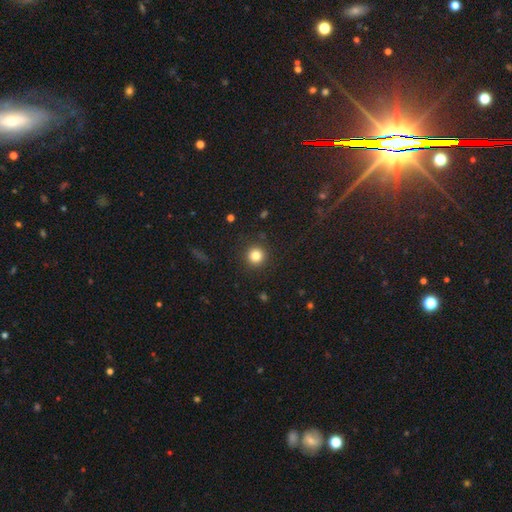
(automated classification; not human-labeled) Smooth or featured: smooth — 82% (star or artifact — 12%)
How rounded: round — 95% (in between — 4%)
Merging: none — 92% (minor disturbance — 5%)